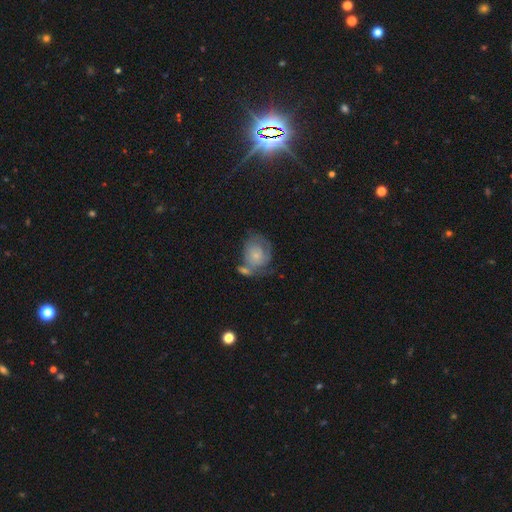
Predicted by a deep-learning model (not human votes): smooth_or_featured: featured or disk (p=0.49) [alt: smooth p=0.44]
merging: none (p=0.33) [alt: merger p=0.25]